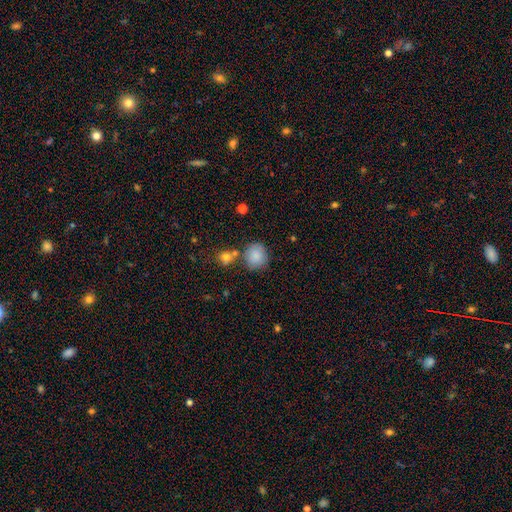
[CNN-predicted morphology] The model was most divided on "merging": none: 70%, minor disturbance: 14%, merger: 11%, major disturbance: 4%. More confident: smooth or featured — smooth (85%); how rounded — round (78%).